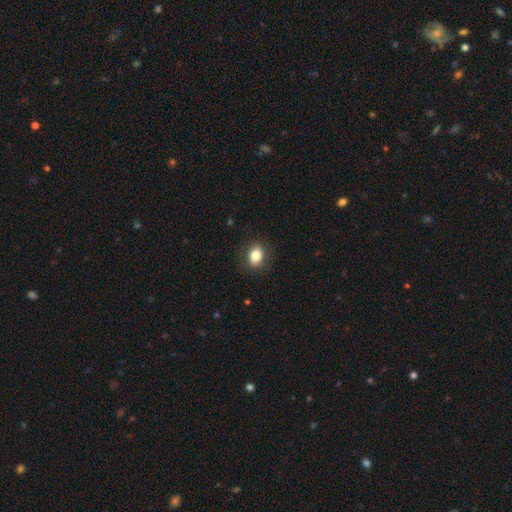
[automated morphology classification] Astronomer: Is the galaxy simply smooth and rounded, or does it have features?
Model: smooth — 81%.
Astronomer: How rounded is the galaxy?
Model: in between — 64%.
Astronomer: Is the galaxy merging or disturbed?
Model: none — 86%.